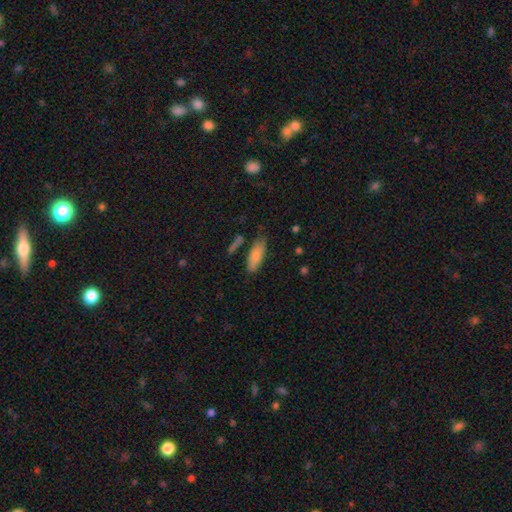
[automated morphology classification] smooth-or-featured: smooth: 80% | featured or disk: 14% | star or artifact: 6%
  how-rounded: in between: 67% | cigar-shaped: 31% | round: 2%
  merging: none: 68% | minor disturbance: 21% | merger: 6% | major disturbance: 5%